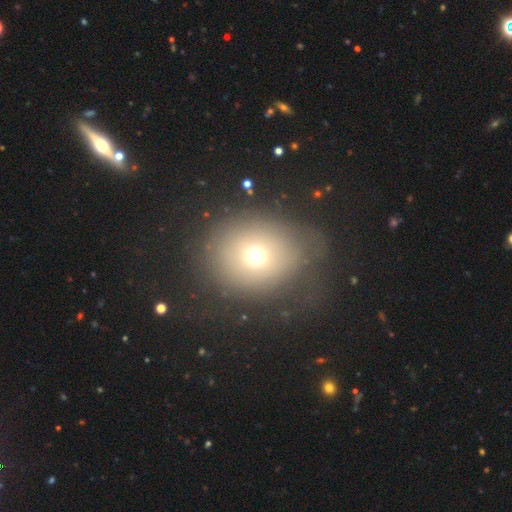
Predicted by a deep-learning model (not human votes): This is likely a smooth galaxy (66%). How rounded: likely round (74%). Merging: likely none (61%).